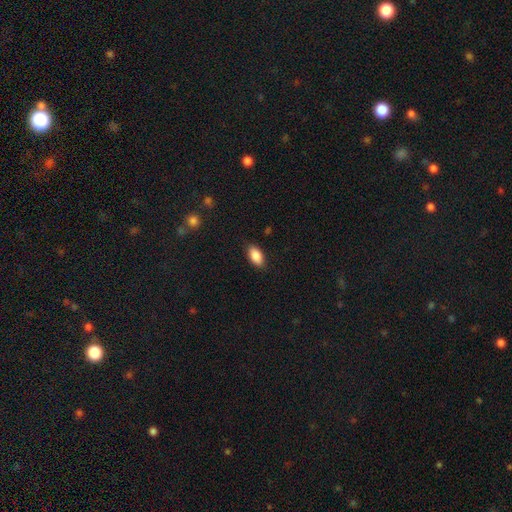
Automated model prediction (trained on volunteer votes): smooth-or-featured: smooth: 88% | star or artifact: 7% | featured or disk: 6%
  how-rounded: in between: 93% | round: 4% | cigar-shaped: 3%
  merging: none: 86% | minor disturbance: 11% | major disturbance: 2% | merger: 1%